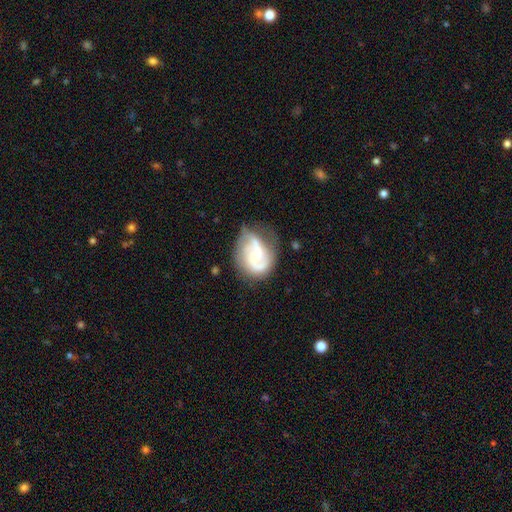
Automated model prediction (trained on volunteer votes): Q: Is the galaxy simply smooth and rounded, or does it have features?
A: featured or disk — 81%.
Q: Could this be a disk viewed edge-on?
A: no — 98%.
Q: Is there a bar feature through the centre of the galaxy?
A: no — 46%.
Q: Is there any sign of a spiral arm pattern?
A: yes — 94%.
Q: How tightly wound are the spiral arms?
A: medium — 48%.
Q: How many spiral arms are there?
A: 2 — 73%.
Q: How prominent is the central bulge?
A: small — 51%.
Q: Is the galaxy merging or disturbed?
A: none — 57%.